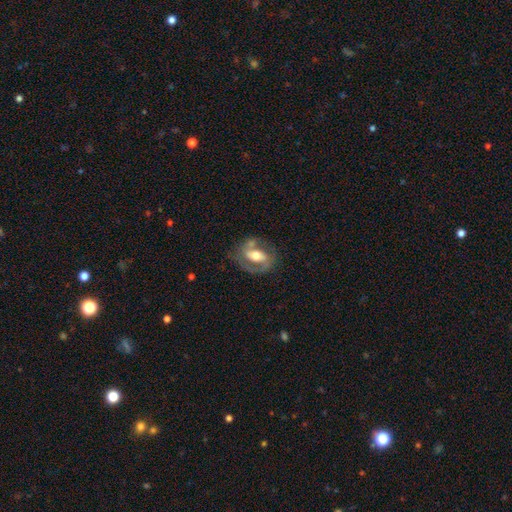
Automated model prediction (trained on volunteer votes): smooth_or_featured: featured or disk (p=0.72) [alt: smooth p=0.23]
disk_edge_on: no (p=0.94) [alt: yes p=0.06]
bar: strong (p=0.35) [alt: weak p=0.34]
has_spiral_arms: yes (p=0.73) [alt: no p=0.27]
bulge_size: moderate (p=0.68) [alt: large p=0.15]
merging: none (p=0.60) [alt: minor disturbance p=0.20]